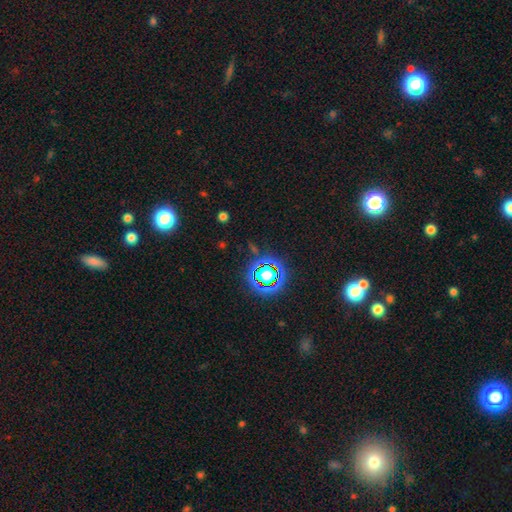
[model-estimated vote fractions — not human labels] smooth-or-featured: star or artifact: 73% | smooth: 18% | featured or disk: 9%